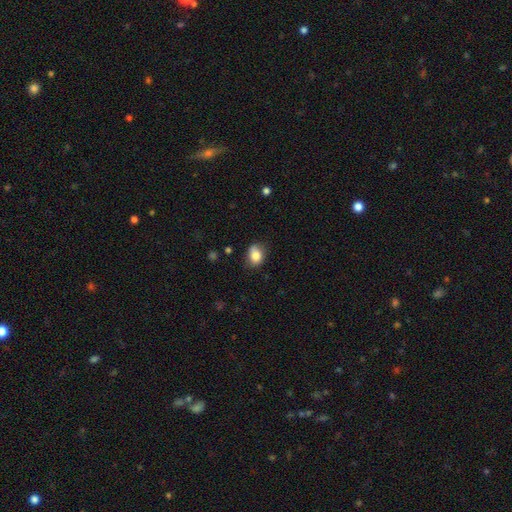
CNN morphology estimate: A smooth galaxy with no disk features (83%) that is in between round and cigar-shaped (59%). Merging: none (69%).